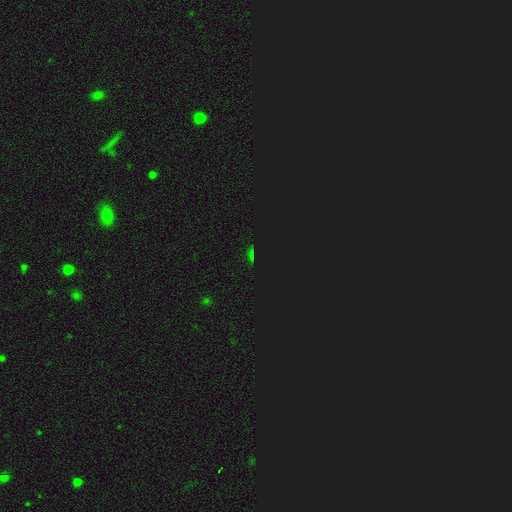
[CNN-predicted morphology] smooth-or-featured: star or artifact: 70% | smooth: 20% | featured or disk: 11%